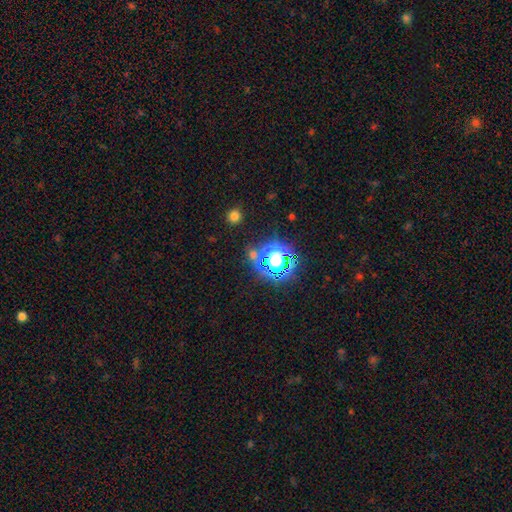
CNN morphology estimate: This is likely a star or artifact rather than a galaxy (62%).